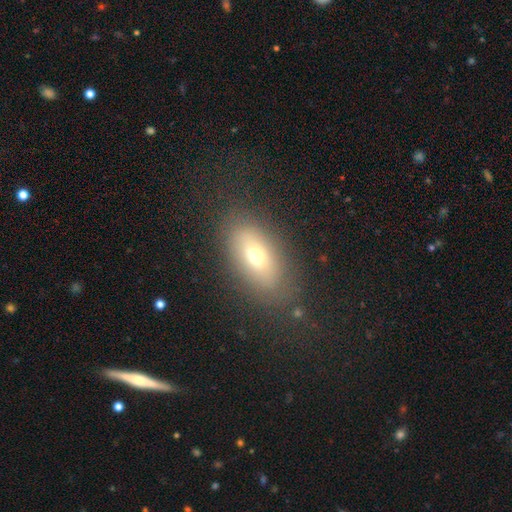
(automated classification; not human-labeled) Smooth or featured: smooth — 66% (featured or disk — 22%)
How rounded: in between — 85% (round — 8%)
Merging: none — 78% (minor disturbance — 13%)